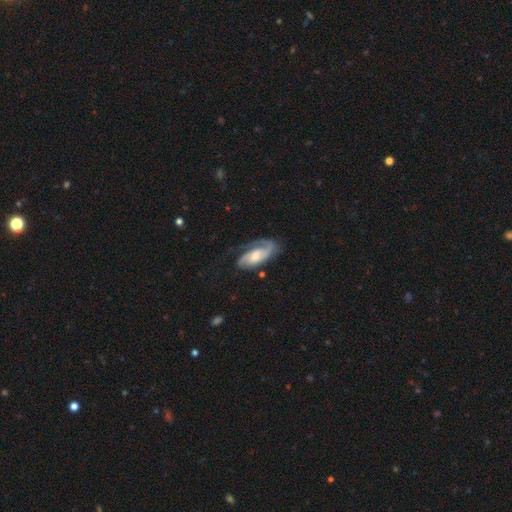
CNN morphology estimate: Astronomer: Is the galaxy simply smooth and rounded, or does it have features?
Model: featured or disk — 81%.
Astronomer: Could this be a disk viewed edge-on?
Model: no — 95%.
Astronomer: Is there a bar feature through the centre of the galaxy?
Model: no — 52% (runner-up: weak, 35%).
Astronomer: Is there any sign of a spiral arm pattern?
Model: yes — 95%.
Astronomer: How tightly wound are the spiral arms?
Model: tight — 43% (runner-up: medium, 40%).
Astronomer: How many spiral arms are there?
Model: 2 — 52% (runner-up: 1, 36%).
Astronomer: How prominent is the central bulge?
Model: moderate — 47% (runner-up: small, 30%).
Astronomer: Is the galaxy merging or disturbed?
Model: none — 58%.